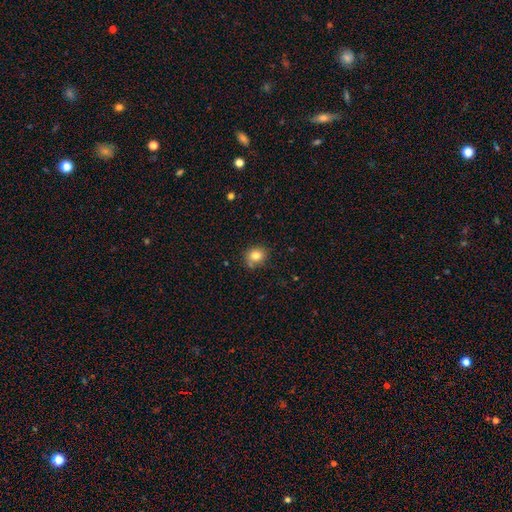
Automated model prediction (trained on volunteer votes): Morphology: type=smooth (80%); roundness=round (75%); merging=none (77%).